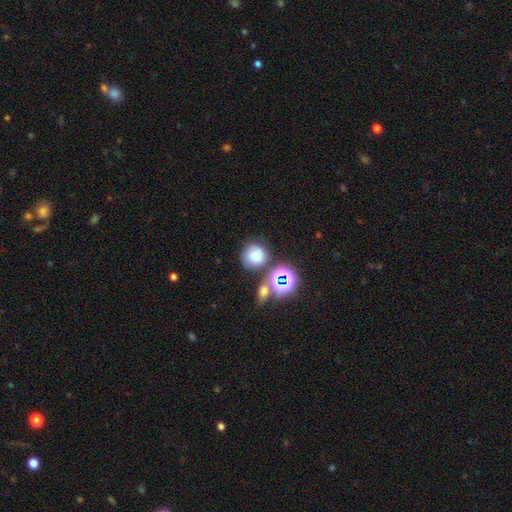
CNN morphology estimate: type=smooth (74%); roundness=round (90%); merging=none (70%).